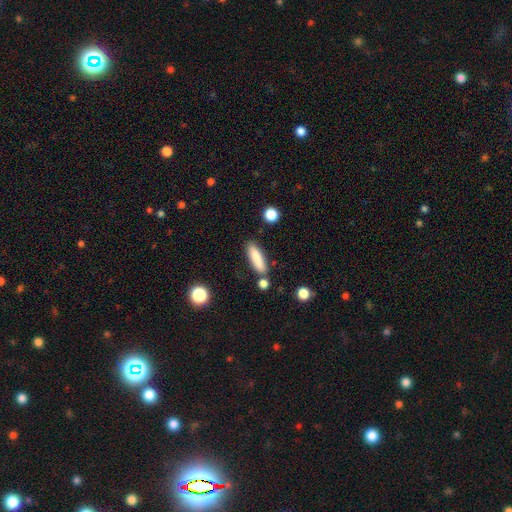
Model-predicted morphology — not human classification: This is clearly a smooth galaxy (84%). How rounded: likely cigar-shaped (62%). Merging: likely none (77%).